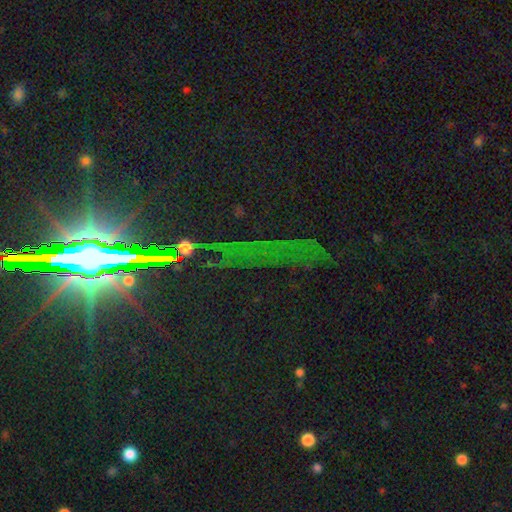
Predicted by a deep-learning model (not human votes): A star or artifact, not a galaxy (77%).

Vote fractions:
- Smooth or featured? star or artifact: 77% / featured or disk: 13% / smooth: 9%